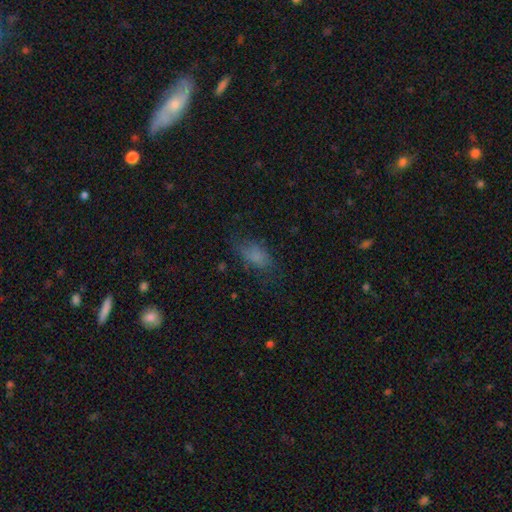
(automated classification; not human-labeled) This is likely a smooth galaxy (72%). How rounded: clearly in between (85%). Merging: possibly none (58%).